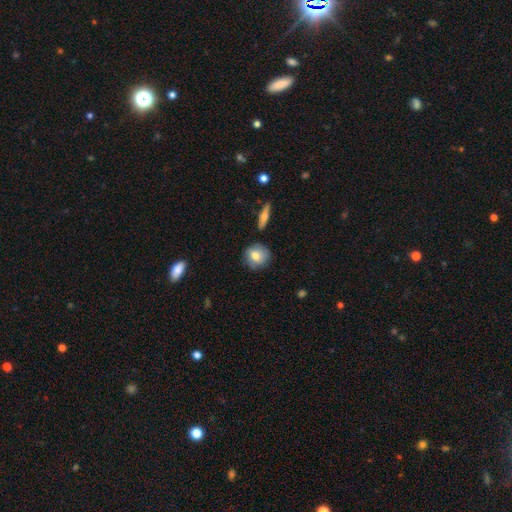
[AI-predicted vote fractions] Smooth or featured? smooth (75%)
How rounded? round (87%)
Merging? none (79%)